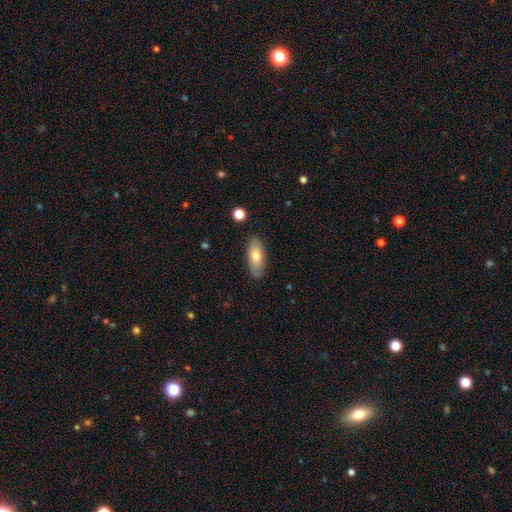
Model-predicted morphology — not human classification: type=smooth (72%); roundness=in between (82%); merging=none (83%).